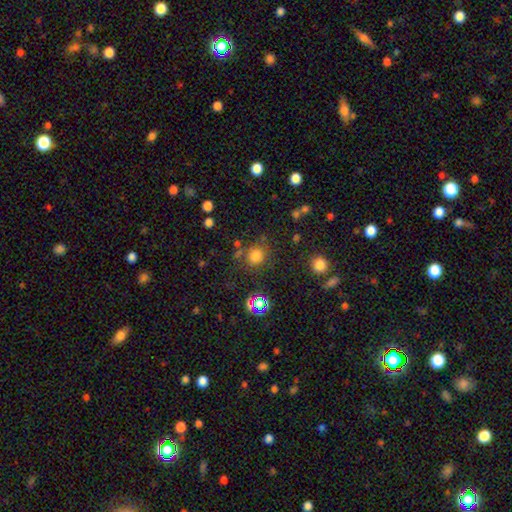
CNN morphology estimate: Smooth or featured: smooth — 73% (star or artifact — 20%)
How rounded: round — 86% (in between — 13%)
Merging: none — 74% (minor disturbance — 13%)